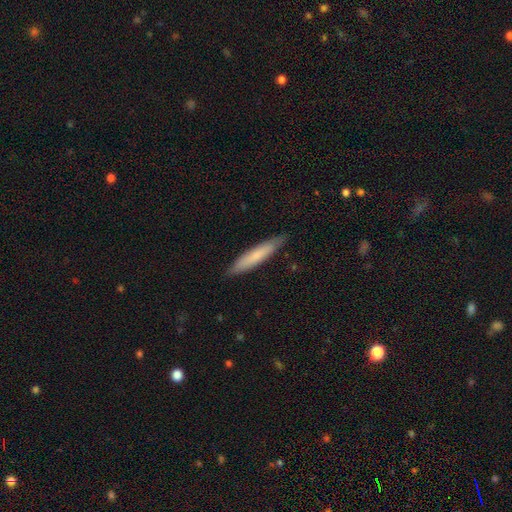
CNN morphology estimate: smooth_or_featured: smooth (p=0.72) [alt: featured or disk p=0.23]
how_rounded: cigar-shaped (p=0.91) [alt: in between p=0.07]
merging: none (p=0.87) [alt: minor disturbance p=0.10]